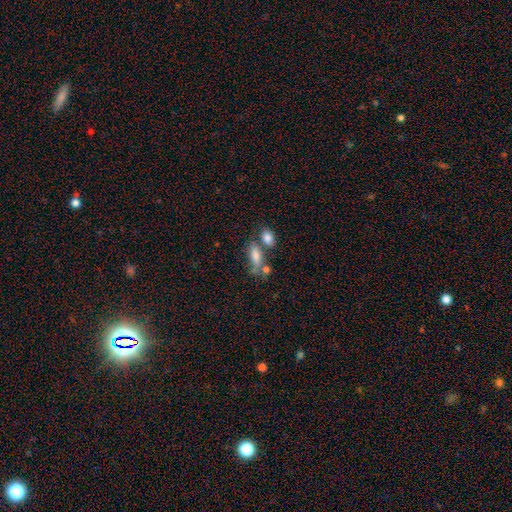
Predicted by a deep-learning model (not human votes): This is likely a smooth galaxy (74%). How rounded: likely in between (74%). Merging: marginally none (44%).